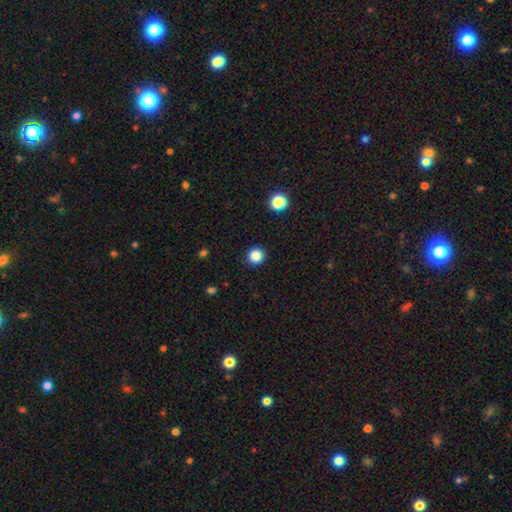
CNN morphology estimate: smooth-or-featured: smooth: 86% | star or artifact: 11% | featured or disk: 3%
  how-rounded: round: 95% | in between: 4% | cigar-shaped: 1%
  merging: none: 92% | minor disturbance: 5% | major disturbance: 2% | merger: 1%